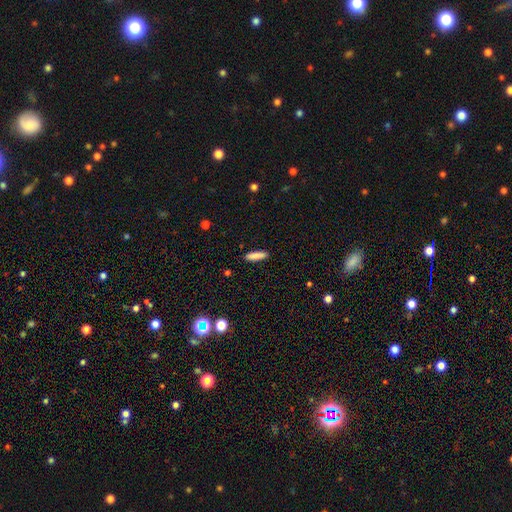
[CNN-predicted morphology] A smooth galaxy with no disk features (86%) that is cigar-shaped (77%).

Vote fractions:
- Smooth or featured? smooth: 86% / featured or disk: 8% / star or artifact: 7%
- How rounded? cigar-shaped: 77% / in between: 22% / round: 2%
- Merging? none: 89% / minor disturbance: 8% / major disturbance: 2% / merger: 1%